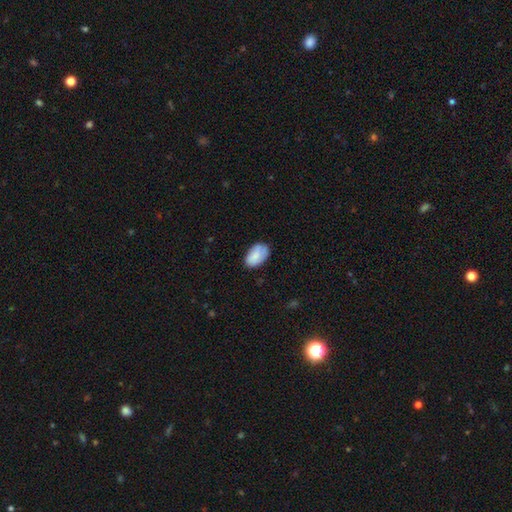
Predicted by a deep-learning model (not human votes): A smooth galaxy with no disk features (82%) that is in between round and cigar-shaped (92%).

Vote fractions:
- Smooth or featured? smooth: 82% / featured or disk: 11% / star or artifact: 7%
- How rounded? in between: 92% / round: 6% / cigar-shaped: 1%
- Merging? none: 71% / minor disturbance: 23% / major disturbance: 4% / merger: 2%